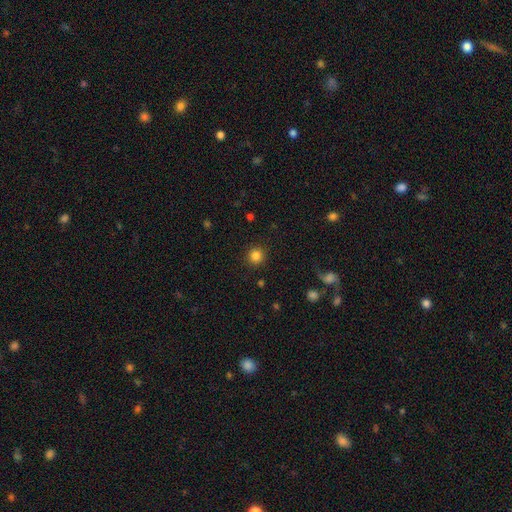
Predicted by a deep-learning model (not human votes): smooth_or_featured: smooth (p=0.84) [alt: star or artifact p=0.12]
how_rounded: round (p=0.94) [alt: in between p=0.05]
merging: none (p=0.91) [alt: minor disturbance p=0.05]